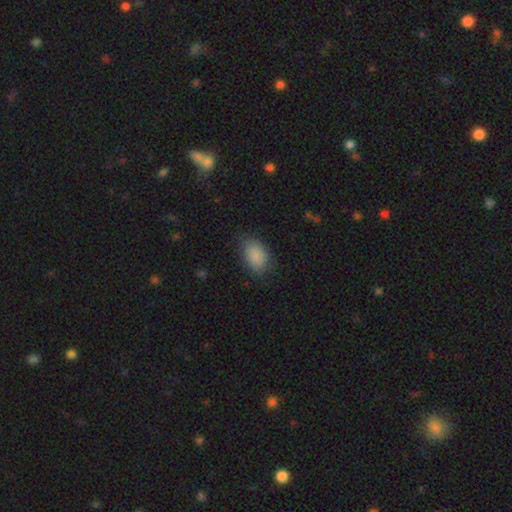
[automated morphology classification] A smooth galaxy with no disk features (87%) that is in between round and cigar-shaped (83%).

Vote fractions:
- Smooth or featured? smooth: 87% / star or artifact: 8% / featured or disk: 6%
- How rounded? in between: 83% / round: 16% / cigar-shaped: 1%
- Merging? none: 76% / minor disturbance: 18% / major disturbance: 5% / merger: 1%